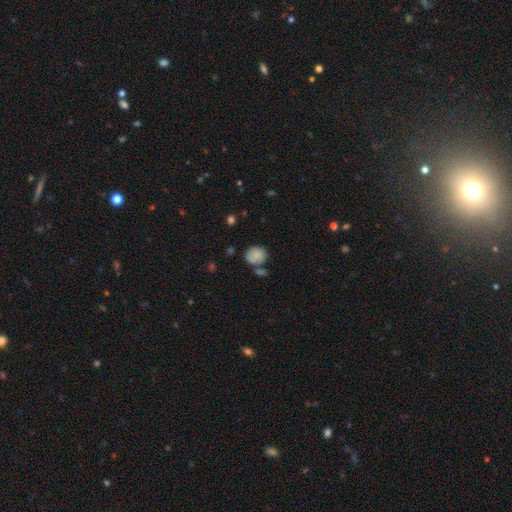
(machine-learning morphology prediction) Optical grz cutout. It shows a smooth galaxy with no disk features (82%) that is round (72%). Merging: none (59%).